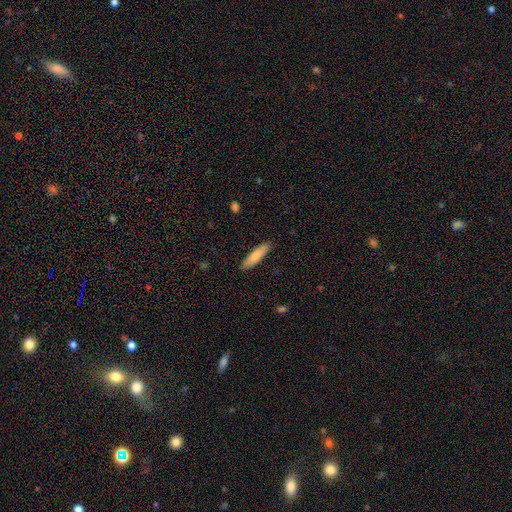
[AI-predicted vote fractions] Smooth or featured? Predicted: smooth (p=0.79). How rounded? Predicted: cigar-shaped (p=0.73). Merging? Predicted: none (p=0.89).